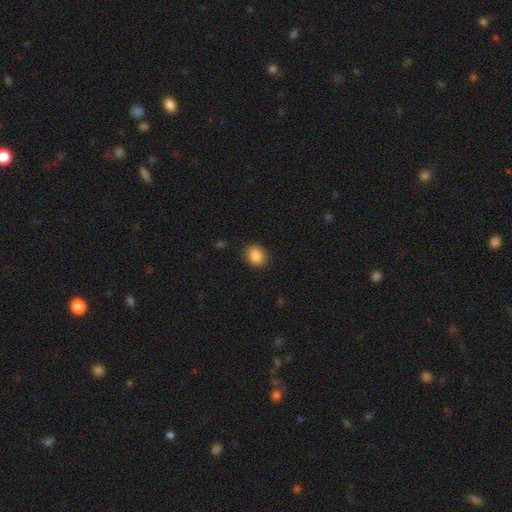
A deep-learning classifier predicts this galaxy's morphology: type=smooth (87%); roundness=round (61%); merging=none (87%).